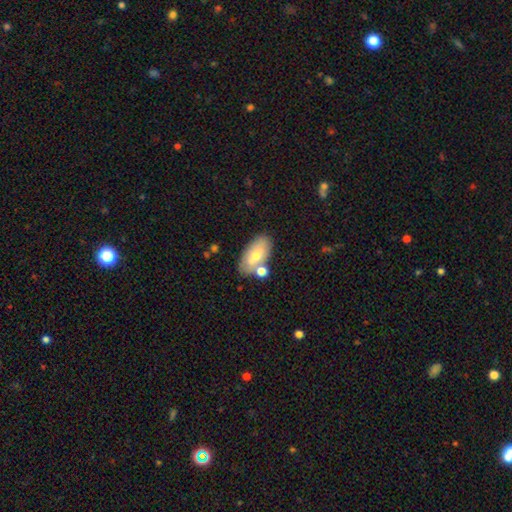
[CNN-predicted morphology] Smooth or featured? smooth (64%)
How rounded? in between (90%)
Merging? none (62%)